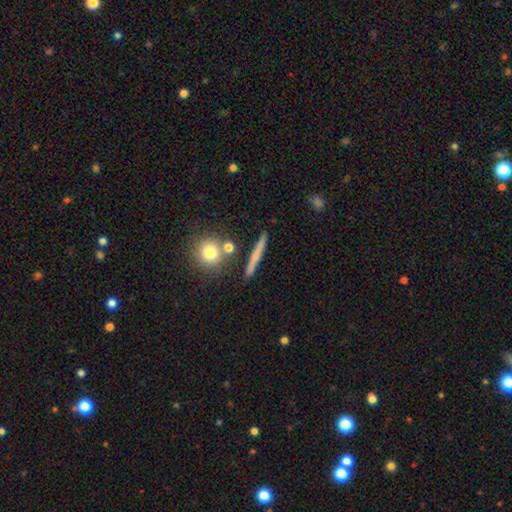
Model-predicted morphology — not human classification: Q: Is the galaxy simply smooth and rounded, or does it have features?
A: smooth — 56%.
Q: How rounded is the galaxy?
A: cigar-shaped — 80%.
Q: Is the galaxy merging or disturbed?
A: none — 84%.